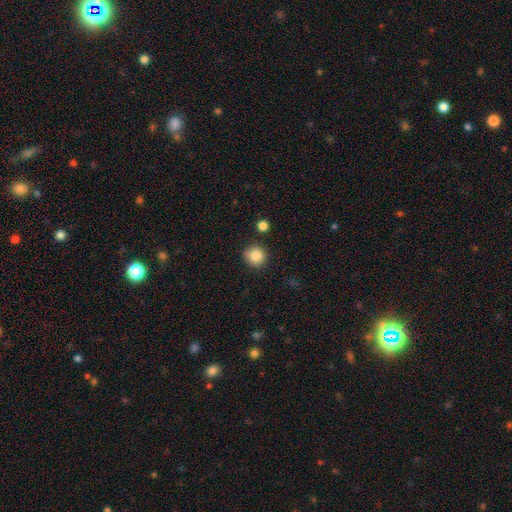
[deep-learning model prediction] Smooth or featured? smooth (85%)
How rounded? round (92%)
Merging? none (85%)